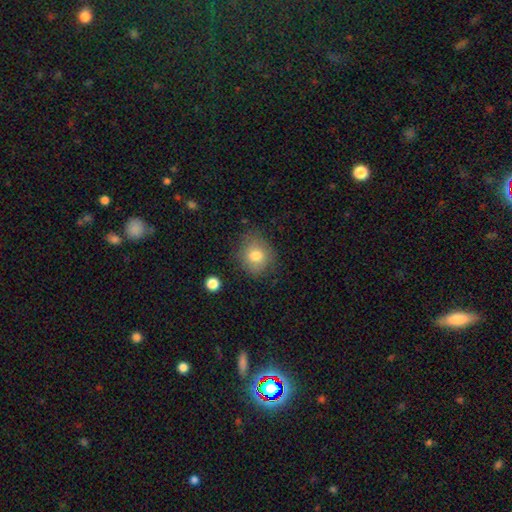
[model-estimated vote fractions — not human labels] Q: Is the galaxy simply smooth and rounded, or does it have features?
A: smooth — 78%.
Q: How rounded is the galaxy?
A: round — 75%.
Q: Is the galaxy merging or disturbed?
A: none — 75%.